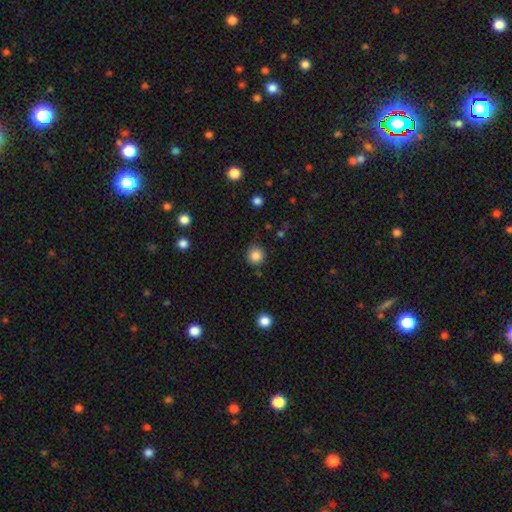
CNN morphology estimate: Smooth or featured: smooth — 84% (star or artifact — 11%)
How rounded: round — 93% (in between — 6%)
Merging: none — 85% (minor disturbance — 10%)